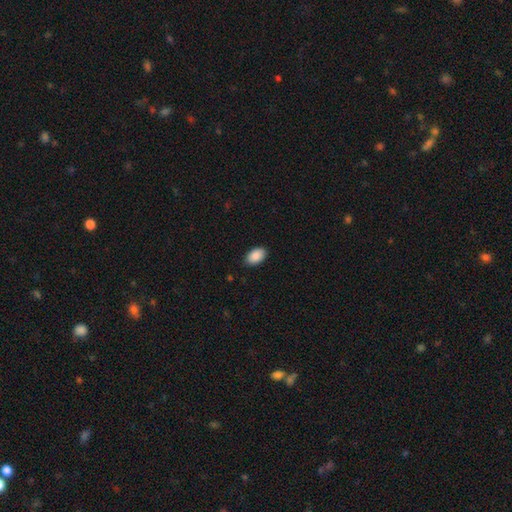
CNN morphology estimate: smooth 90%, star or artifact 7%, featured or disk 3%. Down the decision tree: how rounded — in between (93%); merging — none (88%).